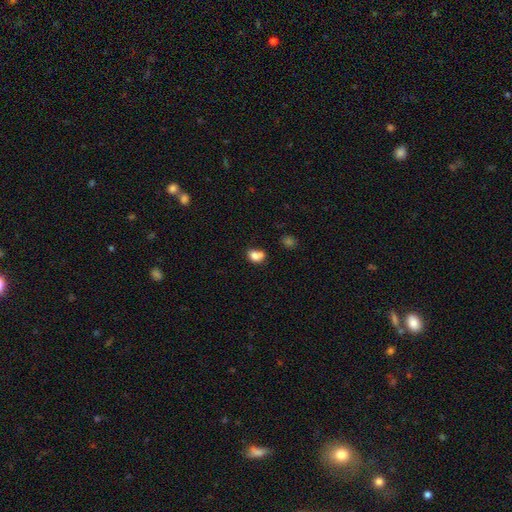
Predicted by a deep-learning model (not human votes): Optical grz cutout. It shows a smooth galaxy with no disk features (77%) that is in between round and cigar-shaped (57%). Merging: merger (39%).